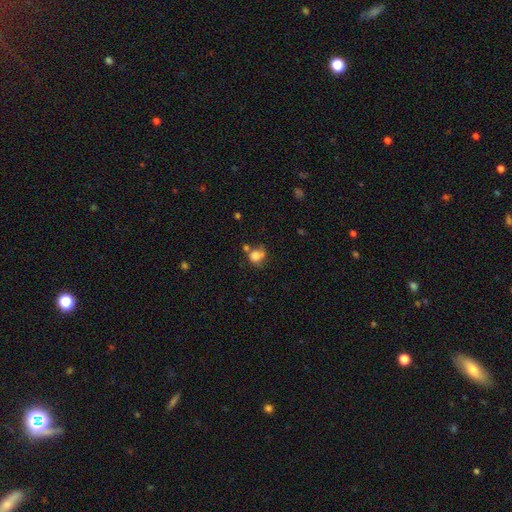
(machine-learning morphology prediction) Overall: smooth (76%). How rounded: round (62%; in between 36%). Merging: none (38%; merger 26%).